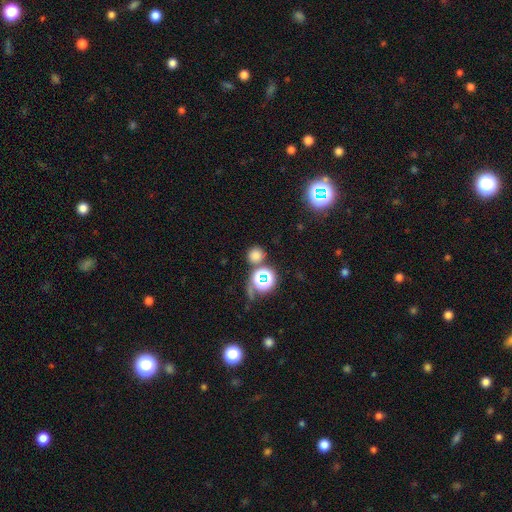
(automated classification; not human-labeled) This is likely a smooth galaxy (70%). How rounded: clearly round (90%). Merging: likely none (77%).